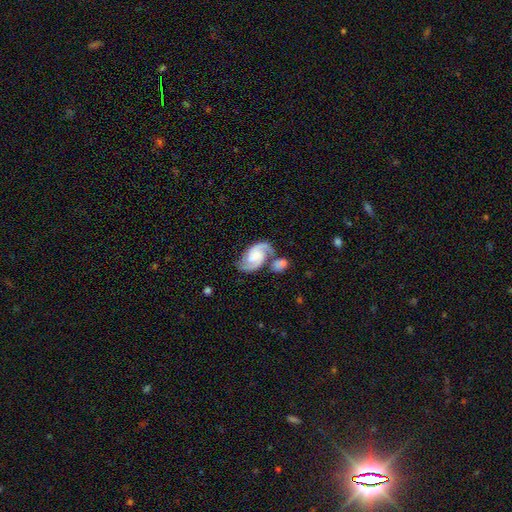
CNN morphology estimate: The model was most divided on "bulge size": moderate: 28%, small: 27%, none: 26%, large: 16%, dominant: 3%. Remaining: edge-on disk — no (97%); spiral arms — yes (97%); spiral arm count — 2 (92%); smooth or featured — featured or disk (84%); bar — no (53%); spiral winding — medium (53%); merging — none (49%).